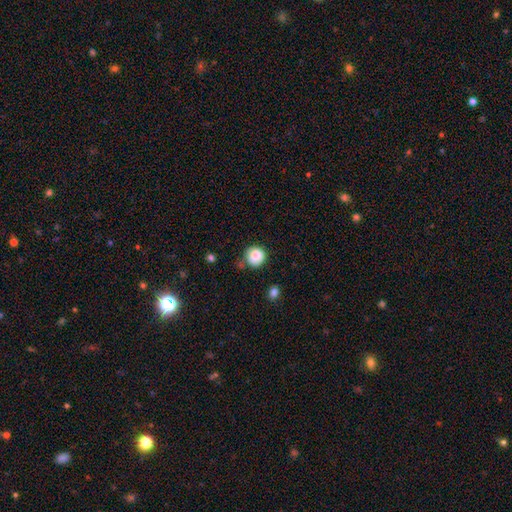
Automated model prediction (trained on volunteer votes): Smooth or featured? Predicted: smooth (p=0.84). How rounded? Predicted: round (p=0.90). Merging? Predicted: none (p=0.67).